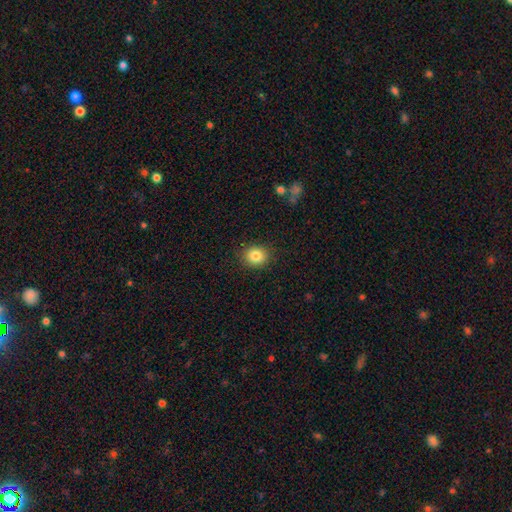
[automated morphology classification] Smooth or featured?
  - smooth: 83% *
  - star or artifact: 10%
  - featured or disk: 6%
How rounded?
  - round: 76% *
  - in between: 23%
  - cigar-shaped: 1%
Merging?
  - none: 89% *
  - minor disturbance: 8%
  - major disturbance: 2%
  - merger: 1%